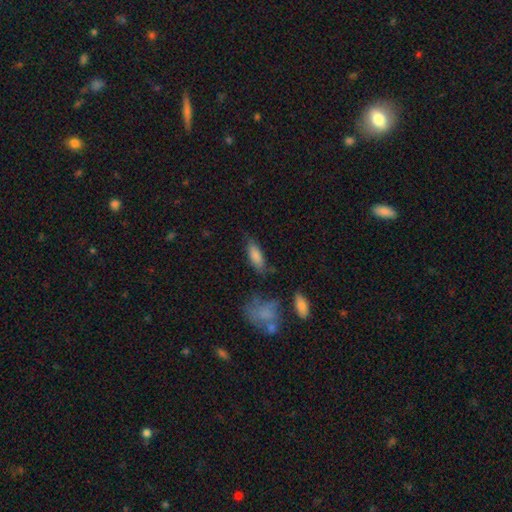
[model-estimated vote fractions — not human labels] Overall: smooth (83%). How rounded: in between (71%). Merging: none (72%).